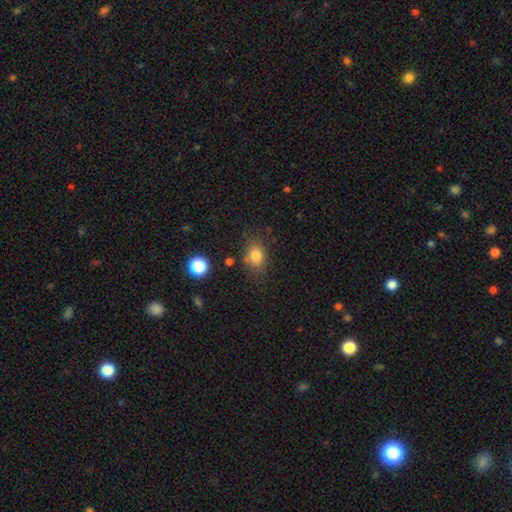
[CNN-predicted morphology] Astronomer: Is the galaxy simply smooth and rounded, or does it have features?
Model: smooth — 81%.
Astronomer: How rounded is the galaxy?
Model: in between — 67%.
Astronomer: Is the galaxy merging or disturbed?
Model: none — 72%.